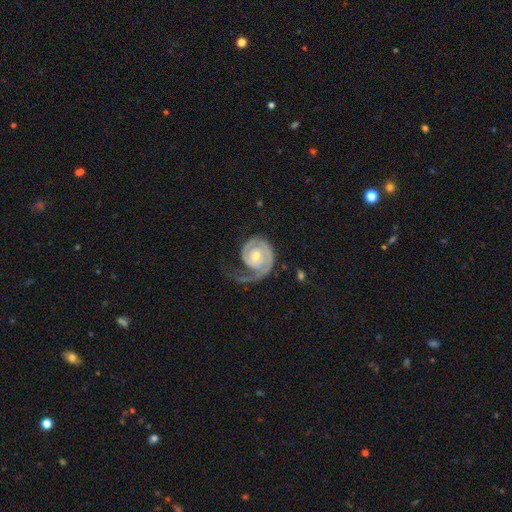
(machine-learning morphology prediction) A featured or disk galaxy (87%) with no bar (69%), 1 (61%) tight (58%) spiral arms (96%) and a small central bulge (52%).

Vote fractions:
- Smooth or featured? featured or disk: 87% / smooth: 9% / star or artifact: 4%
- Edge-on disk? no: 98% / yes: 2%
- Bar? no: 69% / weak: 25% / strong: 6%
- Spiral arms? yes: 96% / no: 4%
- Spiral winding? tight: 58% / medium: 28% / loose: 14%
- Spiral arm count? 1: 61% / 2: 29% / can't tell: 5% / 3: 3% / 4: 1% / more than 4: 1%
- Bulge size? small: 52% / moderate: 43% / large: 2% / none: 2% / dominant: 1%
- Merging? none: 45% / major disturbance: 33% / minor disturbance: 20% / merger: 2%